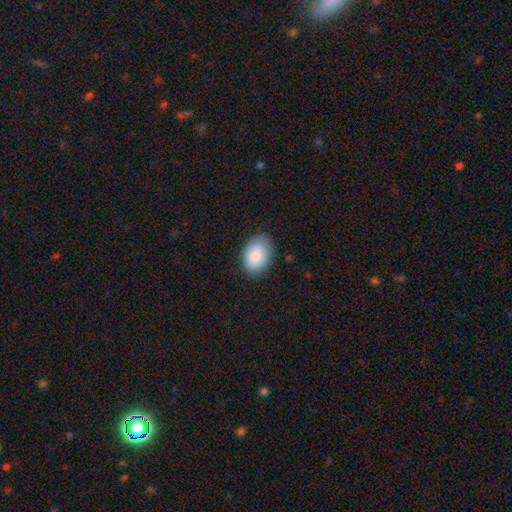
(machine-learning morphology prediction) smooth_or_featured: smooth (p=0.86) [alt: featured or disk p=0.08]
how_rounded: in between (p=0.86) [alt: round p=0.13]
merging: none (p=0.83) [alt: minor disturbance p=0.13]